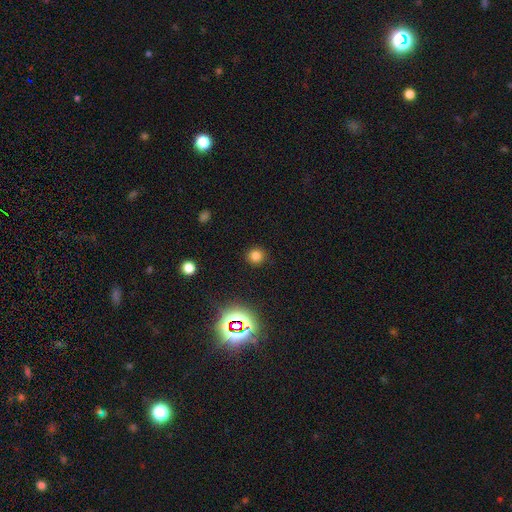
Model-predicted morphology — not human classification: Smooth or featured? Predicted: smooth (p=0.77). How rounded? Predicted: round (p=0.89). Merging? Predicted: none (p=0.89).